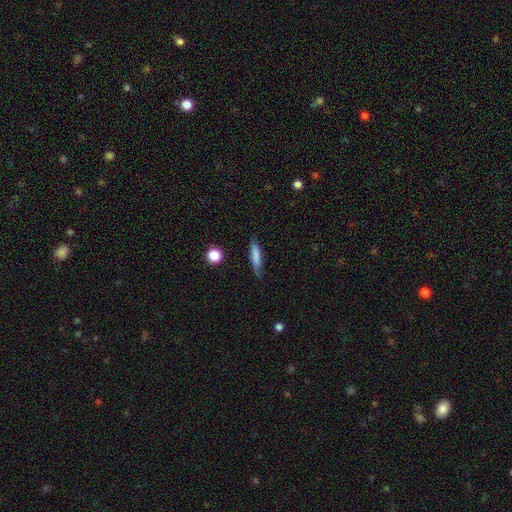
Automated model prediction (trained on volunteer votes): Smooth or featured? Predicted: smooth (p=0.78). How rounded? Predicted: cigar-shaped (p=0.78). Merging? Predicted: none (p=0.76).